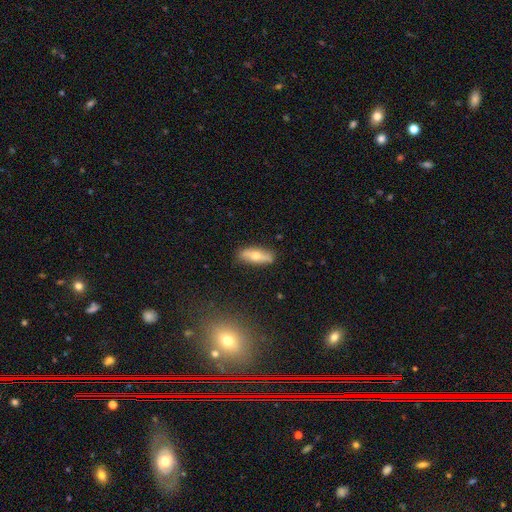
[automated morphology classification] Smooth or featured?
  - smooth: 54% *
  - featured or disk: 40%
  - star or artifact: 7%
How rounded?
  - in between: 54% *
  - cigar-shaped: 43%
  - round: 4%
Merging?
  - none: 85% *
  - minor disturbance: 11%
  - major disturbance: 2%
  - merger: 2%